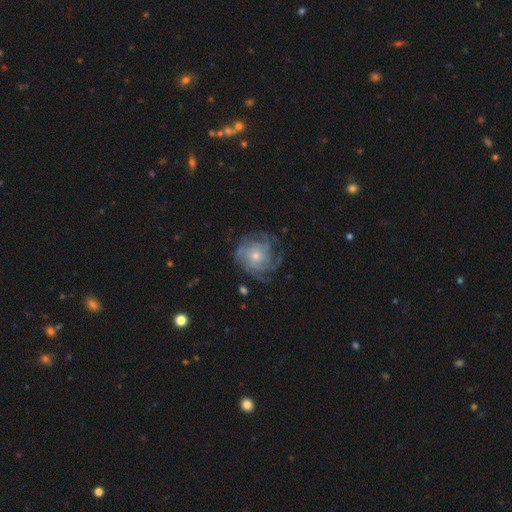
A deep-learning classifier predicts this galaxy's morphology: Q: Smooth or featured?
A: featured or disk (80%); runner-up: smooth (11%)
Q: Edge-on disk?
A: no (97%); runner-up: yes (3%)
Q: Bar?
A: no (81%); runner-up: weak (16%)
Q: Spiral arms?
A: yes (94%); runner-up: no (6%)
Q: Spiral winding?
A: tight (67%); runner-up: medium (26%)
Q: Spiral arm count?
A: can't tell (36%); runner-up: 4 (22%)
Q: Bulge size?
A: small (54%); runner-up: moderate (41%)
Q: Merging?
A: none (73%); runner-up: minor disturbance (16%)